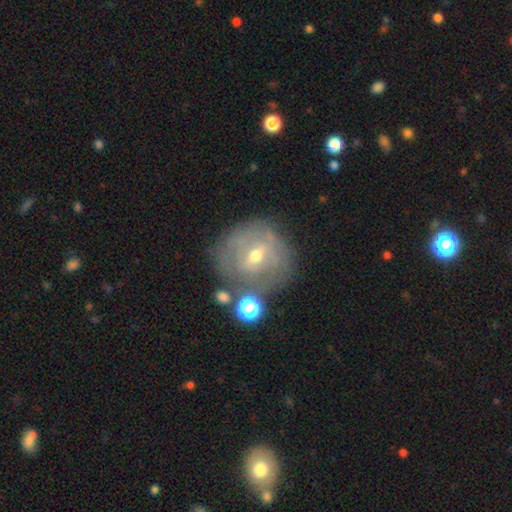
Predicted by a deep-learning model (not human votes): Smooth or featured: featured or disk — 68% (smooth — 24%)
Edge-on disk: no — 95% (yes — 5%)
Bar: weak — 54% (no — 24%)
Spiral arms: yes — 62% (no — 38%)
Bulge size: moderate — 59% (small — 36%)
Merging: none — 62% (minor disturbance — 19%)